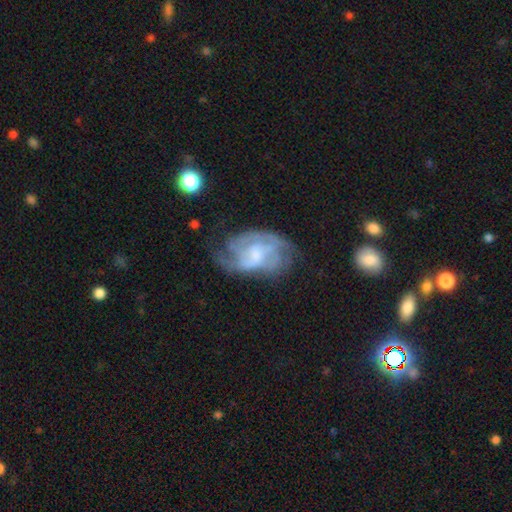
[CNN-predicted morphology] smooth_or_featured: featured or disk (p=0.76) [alt: smooth p=0.17]
disk_edge_on: no (p=0.97) [alt: yes p=0.03]
bar: no (p=0.54) [alt: weak p=0.39]
has_spiral_arms: yes (p=0.84) [alt: no p=0.16]
spiral_winding: medium (p=0.43) [alt: tight p=0.40]
spiral_arm_count: can't tell (p=0.38) [alt: 2 p=0.28]
bulge_size: small (p=0.42) [alt: moderate p=0.35]
merging: none (p=0.49) [alt: minor disturbance p=0.26]